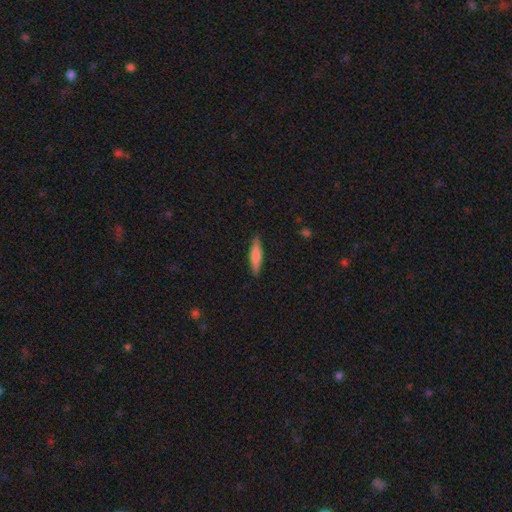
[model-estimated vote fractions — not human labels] Overall: smooth (71%). How rounded: cigar-shaped (82%). Merging: none (89%).